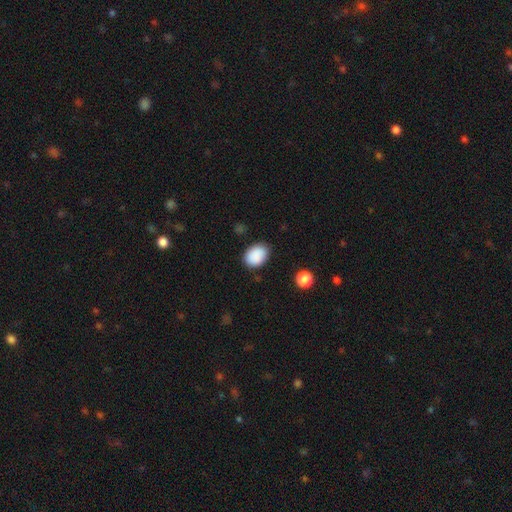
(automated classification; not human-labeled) This appears to be a smooth galaxy with no disk features (89%) that is in between round and cigar-shaped (71%). Merging: none (82%).